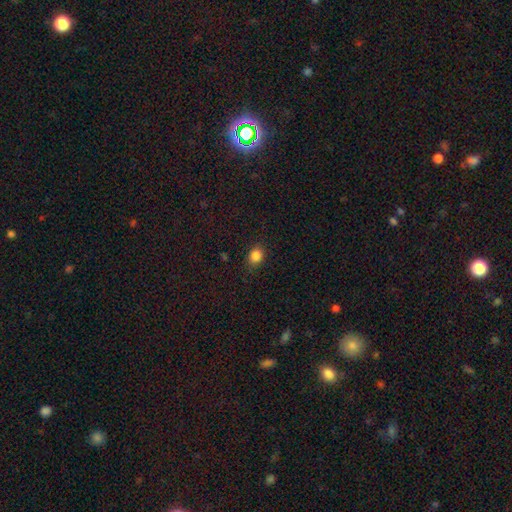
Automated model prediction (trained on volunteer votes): smooth_or_featured: smooth (p=0.84) [alt: star or artifact p=0.11]
how_rounded: round (p=0.59) [alt: in between p=0.40]
merging: none (p=0.86) [alt: minor disturbance p=0.10]